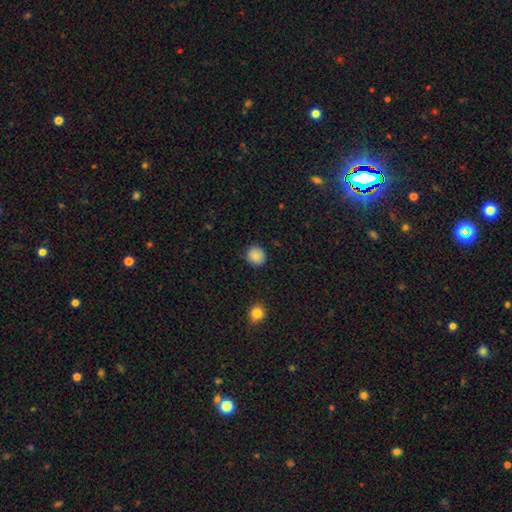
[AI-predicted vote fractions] Smooth or featured? Predicted: smooth (p=0.88). How rounded? Predicted: round (p=0.90). Merging? Predicted: none (p=0.91).